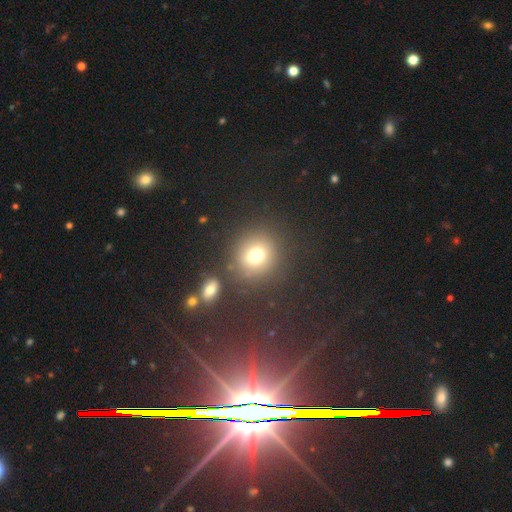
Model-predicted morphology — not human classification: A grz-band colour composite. It shows a smooth galaxy with no disk features (74%) that is round (85%). Merging: none (80%).